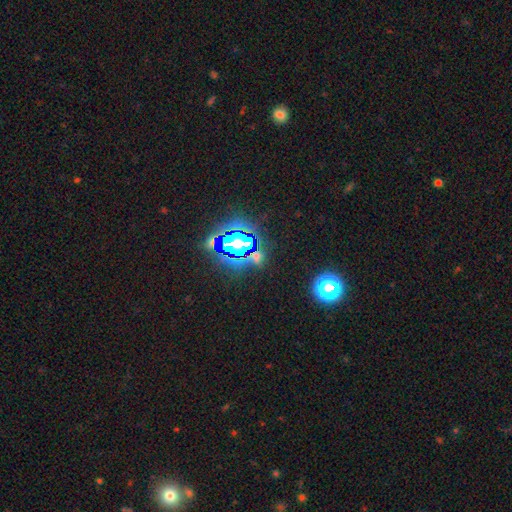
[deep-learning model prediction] This is likely a star or artifact rather than a galaxy (69%).